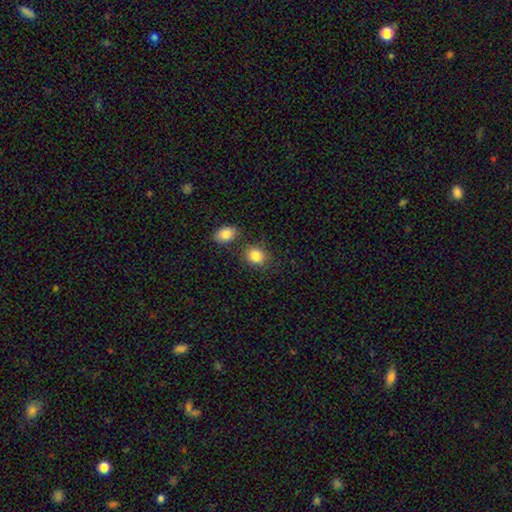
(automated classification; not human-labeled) Overall: smooth (86%). How rounded: round (59%; in between 40%). Merging: none (71%).